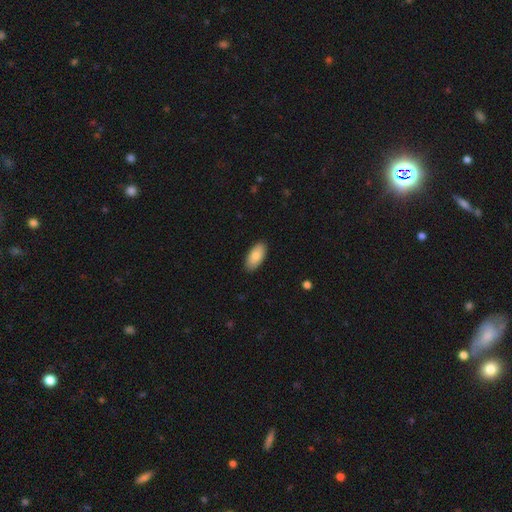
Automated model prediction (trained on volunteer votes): smooth_or_featured: smooth (p=0.86) [alt: featured or disk p=0.08]
how_rounded: in between (p=0.93) [alt: cigar-shaped p=0.05]
merging: none (p=0.89) [alt: minor disturbance p=0.08]